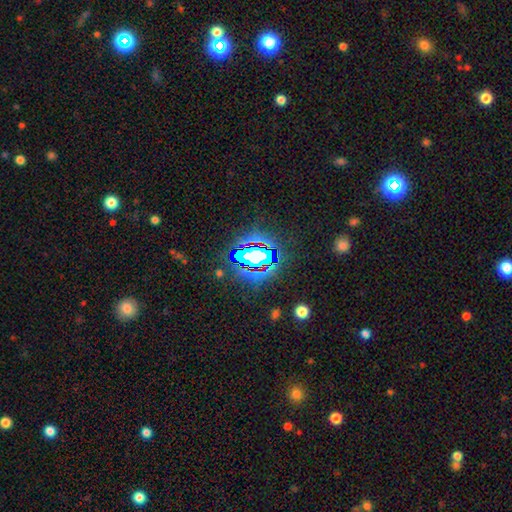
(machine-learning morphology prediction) A star or artifact, not a galaxy (65%).

Vote fractions:
- Smooth or featured? star or artifact: 65% / smooth: 20% / featured or disk: 15%